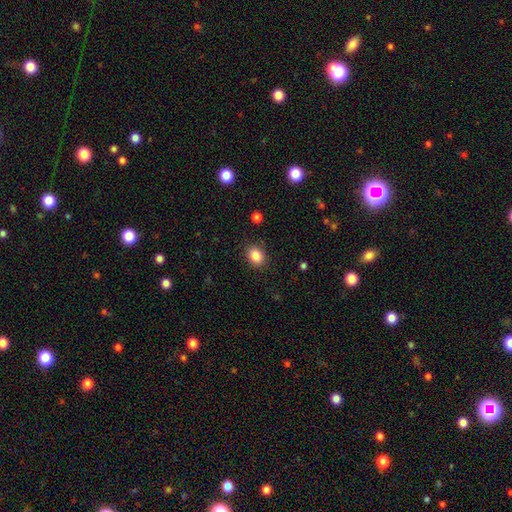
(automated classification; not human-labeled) Smooth or featured: smooth — 85% (star or artifact — 9%)
How rounded: in between — 55% (round — 44%)
Merging: none — 88% (minor disturbance — 9%)